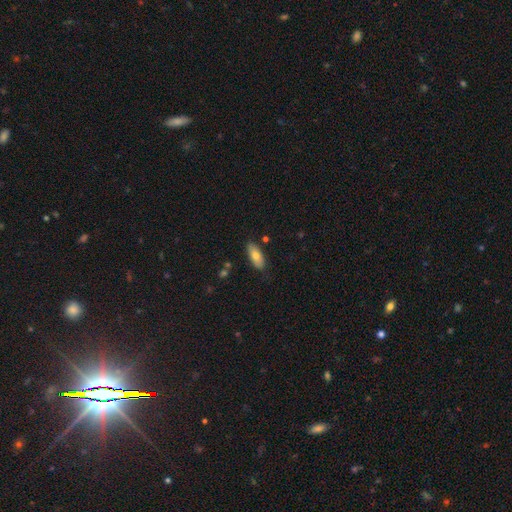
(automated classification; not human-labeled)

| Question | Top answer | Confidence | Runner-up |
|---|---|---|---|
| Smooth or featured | smooth | 72% | featured or disk (21%) |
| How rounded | in between | 82% | cigar-shaped (16%) |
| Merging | none | 83% | minor disturbance (12%) |